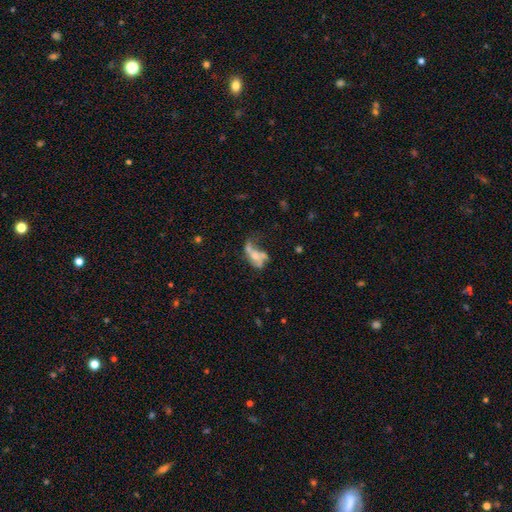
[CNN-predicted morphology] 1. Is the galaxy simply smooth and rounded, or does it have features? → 54% featured or disk, 34% smooth, 12% star or artifact.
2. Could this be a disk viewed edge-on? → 94% no, 6% yes.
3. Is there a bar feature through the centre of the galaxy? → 79% no, 16% weak, 5% strong.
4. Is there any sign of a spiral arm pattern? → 64% no, 36% yes.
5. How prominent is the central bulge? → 37% small, 35% moderate, 21% none, 5% large, 2% dominant.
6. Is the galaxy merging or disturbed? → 36% major disturbance, 25% merger, 23% none, 16% minor disturbance.